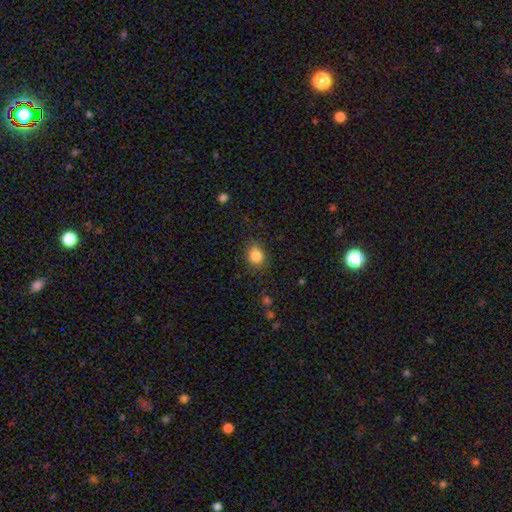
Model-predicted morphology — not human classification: smooth-or-featured: smooth: 85% | star or artifact: 10% | featured or disk: 5%
  how-rounded: round: 68% | in between: 31% | cigar-shaped: 1%
  merging: none: 83% | minor disturbance: 12% | major disturbance: 3% | merger: 1%